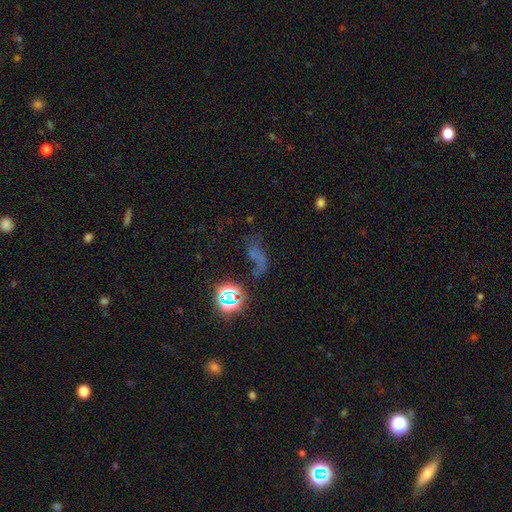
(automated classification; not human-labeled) smooth-or-featured: star or artifact: 49% | smooth: 30% | featured or disk: 21%